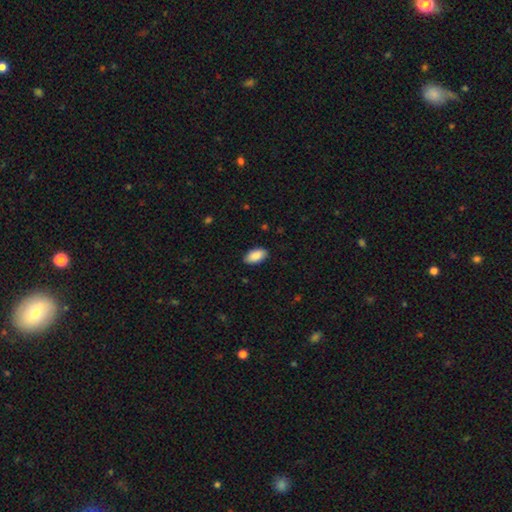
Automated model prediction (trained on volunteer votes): Overall: smooth (90%). How rounded: in between (95%). Merging: none (88%).